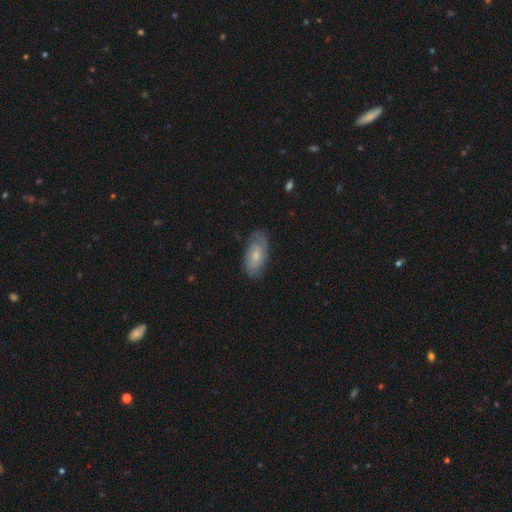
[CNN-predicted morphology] Q: Smooth or featured?
A: smooth (50%); runner-up: featured or disk (44%)
Q: How rounded?
A: in between (90%); runner-up: cigar-shaped (6%)
Q: Merging?
A: none (73%); runner-up: minor disturbance (20%)